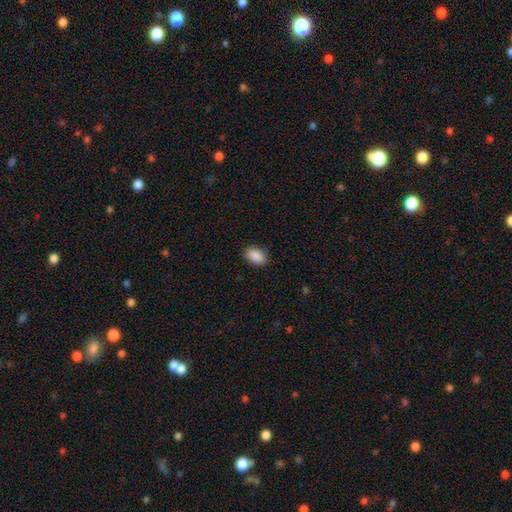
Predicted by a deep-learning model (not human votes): This is clearly a smooth galaxy (90%). How rounded: clearly in between (90%). Merging: clearly none (87%).